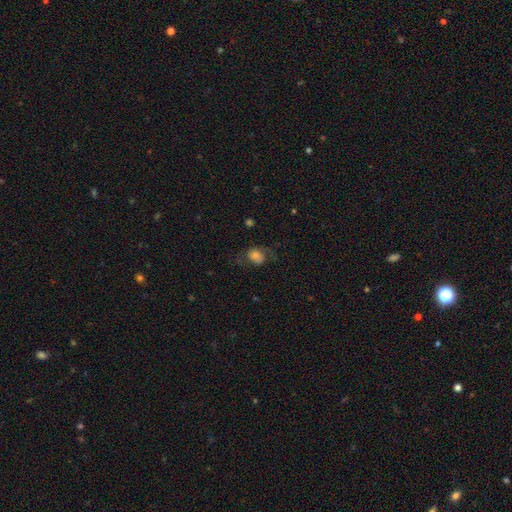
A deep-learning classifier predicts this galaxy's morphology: type=smooth (62%); roundness=round (51%); merging=none (48%).